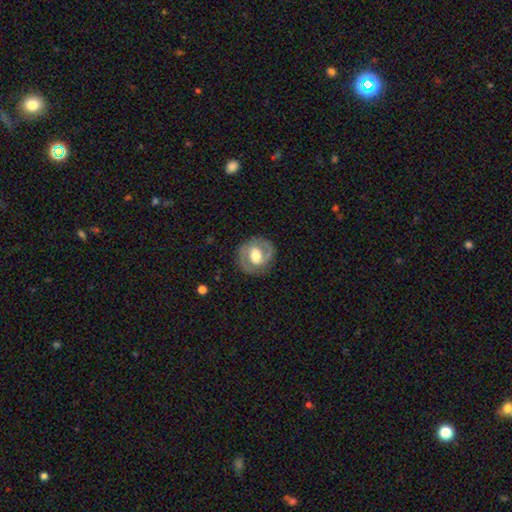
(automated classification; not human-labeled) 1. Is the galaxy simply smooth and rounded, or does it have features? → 65% featured or disk, 29% smooth, 6% star or artifact.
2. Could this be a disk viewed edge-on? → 96% no, 4% yes.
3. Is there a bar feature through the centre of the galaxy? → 43% weak, 35% no, 22% strong.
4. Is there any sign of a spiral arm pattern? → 70% yes, 30% no.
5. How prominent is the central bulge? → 54% moderate, 34% large, 7% small, 3% dominant, 1% none.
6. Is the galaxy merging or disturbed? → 82% none, 12% minor disturbance, 5% major disturbance, 1% merger.